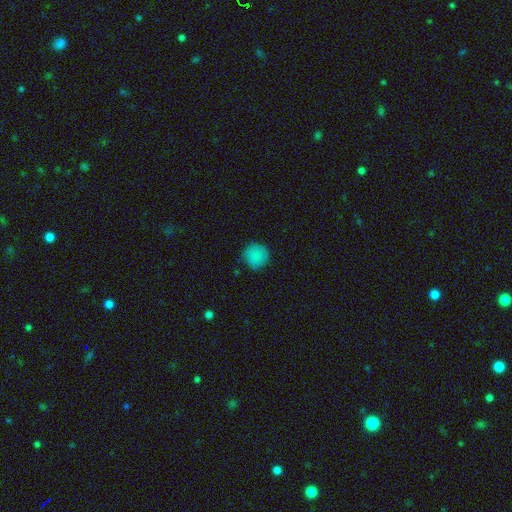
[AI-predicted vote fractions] Morphology: type=smooth (85%); roundness=round (92%); merging=none (80%).